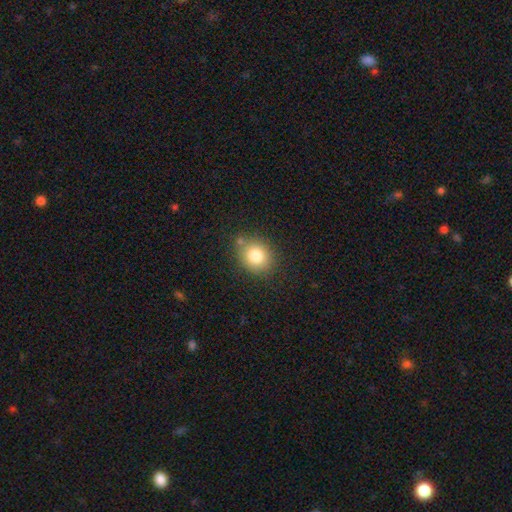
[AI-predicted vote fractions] Morphology: type=smooth (80%); roundness=round (68%); merging=none (75%).